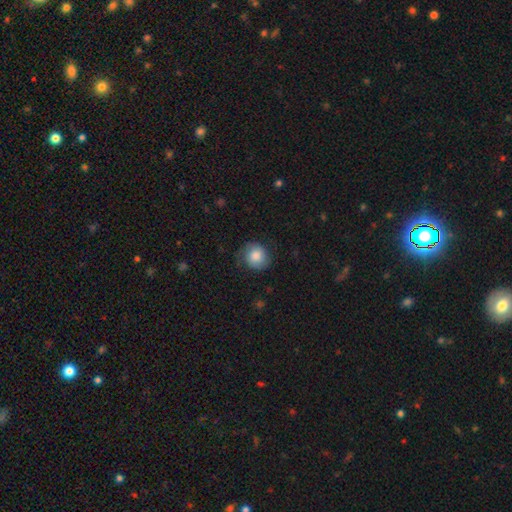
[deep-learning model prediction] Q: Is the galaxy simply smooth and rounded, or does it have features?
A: smooth — 73%.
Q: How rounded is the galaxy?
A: round — 82%.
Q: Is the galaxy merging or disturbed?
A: none — 68%.